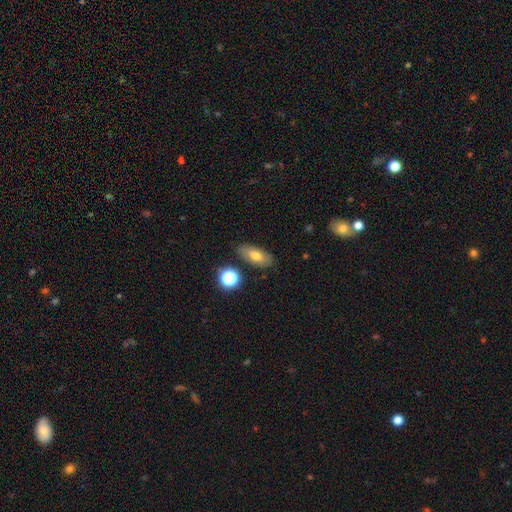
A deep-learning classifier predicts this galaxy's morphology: A smooth galaxy with no disk features (68%) that is in between round and cigar-shaped (84%).

Vote fractions:
- Smooth or featured? smooth: 68% / featured or disk: 22% / star or artifact: 10%
- How rounded? in between: 84% / cigar-shaped: 10% / round: 6%
- Merging? none: 82% / minor disturbance: 12% / merger: 3% / major disturbance: 3%